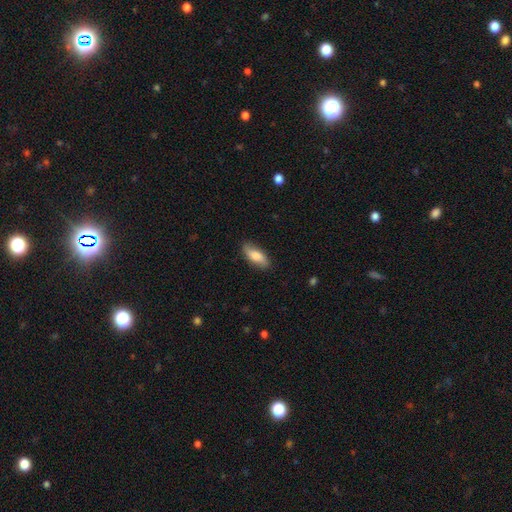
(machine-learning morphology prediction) The model was most divided on "smooth or featured": smooth: 68%, featured or disk: 26%, star or artifact: 6%. More confident: merging — none (83%); how rounded — in between (78%).